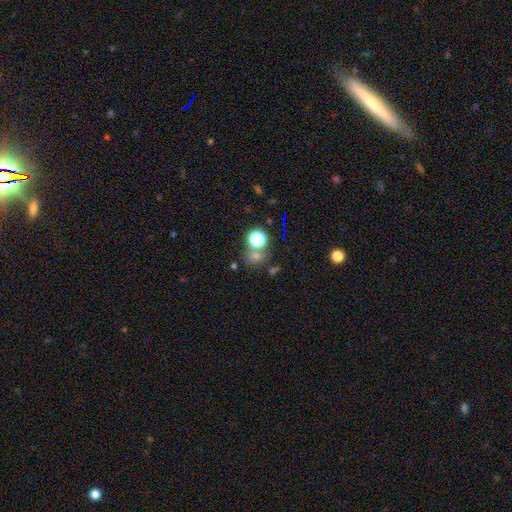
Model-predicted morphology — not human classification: smooth 52%, star or artifact 40%, featured or disk 8%. Down the decision tree: how rounded — round (77%); merging — none (63%).